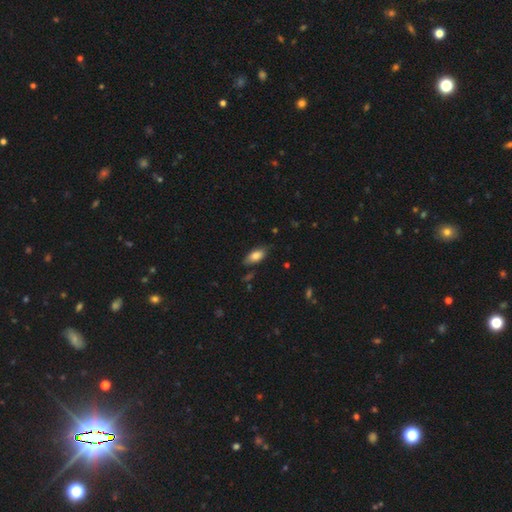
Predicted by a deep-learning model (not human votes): Q: Smooth or featured?
A: smooth (78%); runner-up: featured or disk (14%)
Q: How rounded?
A: in between (87%); runner-up: cigar-shaped (10%)
Q: Merging?
A: none (73%); runner-up: minor disturbance (21%)